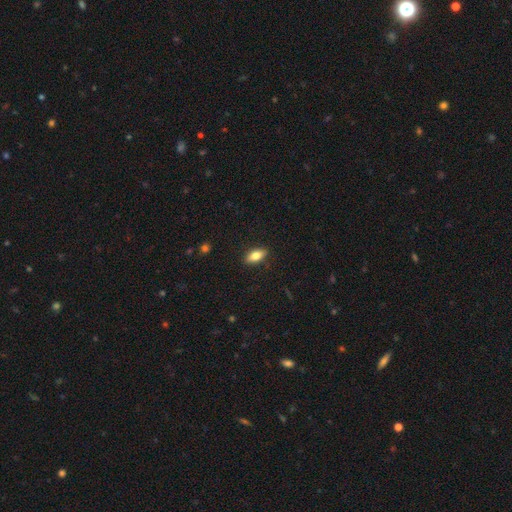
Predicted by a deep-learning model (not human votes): smooth-or-featured: smooth: 76% | featured or disk: 17% | star or artifact: 7%
  how-rounded: in between: 84% | cigar-shaped: 12% | round: 4%
  merging: none: 88% | minor disturbance: 9% | major disturbance: 2% | merger: 1%